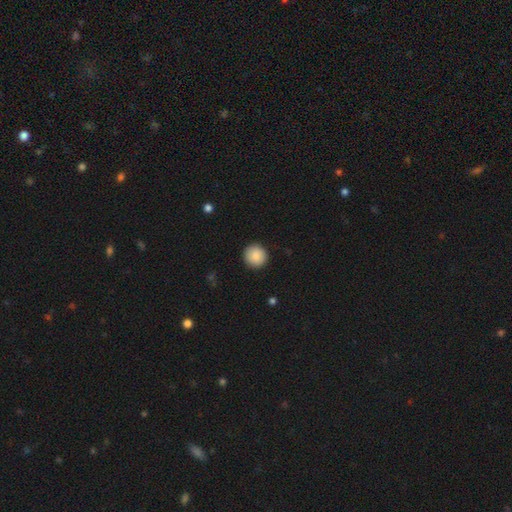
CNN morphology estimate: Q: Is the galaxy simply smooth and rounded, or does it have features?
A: smooth — 89%.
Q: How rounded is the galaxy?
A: round — 94%.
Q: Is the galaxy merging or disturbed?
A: none — 92%.